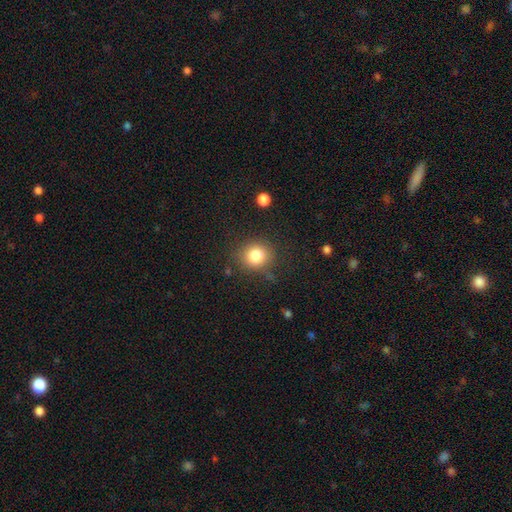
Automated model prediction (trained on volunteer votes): Smooth or featured? Predicted: smooth (p=0.81). How rounded? Predicted: round (p=0.84). Merging? Predicted: none (p=0.81).